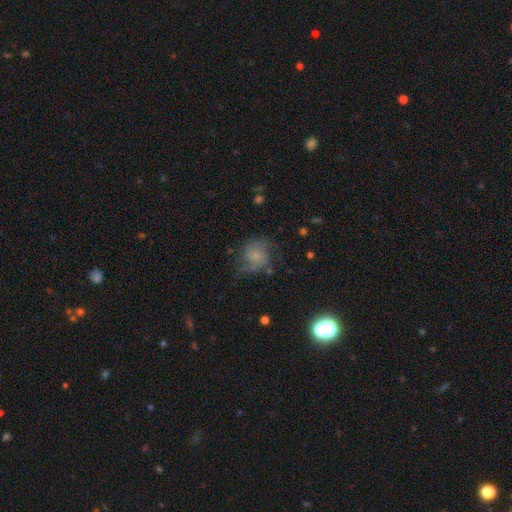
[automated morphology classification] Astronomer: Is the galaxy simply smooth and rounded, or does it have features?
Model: featured or disk — 52% (runner-up: smooth, 38%).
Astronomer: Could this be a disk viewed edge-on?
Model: no — 97%.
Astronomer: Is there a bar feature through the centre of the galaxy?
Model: no — 76%.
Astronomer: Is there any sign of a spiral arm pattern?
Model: yes — 86%.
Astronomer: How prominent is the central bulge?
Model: small — 60%.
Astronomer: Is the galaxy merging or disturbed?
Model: none — 55%.